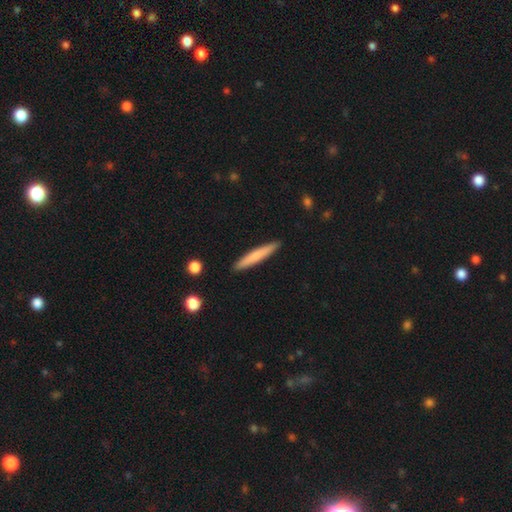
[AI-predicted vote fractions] Smooth or featured?
  - smooth: 70% *
  - featured or disk: 24%
  - star or artifact: 6%
How rounded?
  - cigar-shaped: 95% *
  - in between: 4%
  - round: 1%
Merging?
  - none: 91% *
  - minor disturbance: 7%
  - major disturbance: 1%
  - merger: 1%